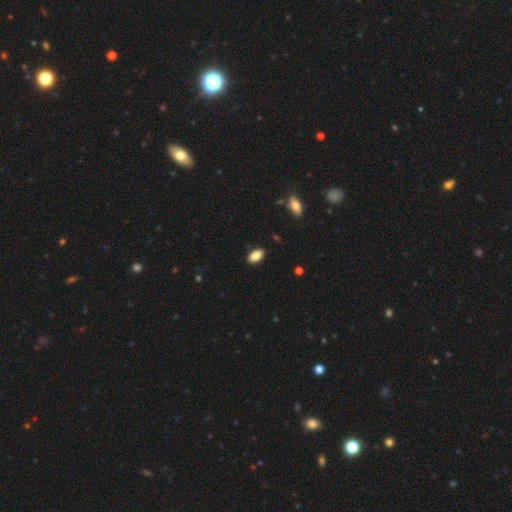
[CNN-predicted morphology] Smooth or featured?
  - smooth: 87% *
  - star or artifact: 8%
  - featured or disk: 6%
How rounded?
  - in between: 93% *
  - round: 4%
  - cigar-shaped: 3%
Merging?
  - none: 88% *
  - minor disturbance: 9%
  - major disturbance: 2%
  - merger: 1%